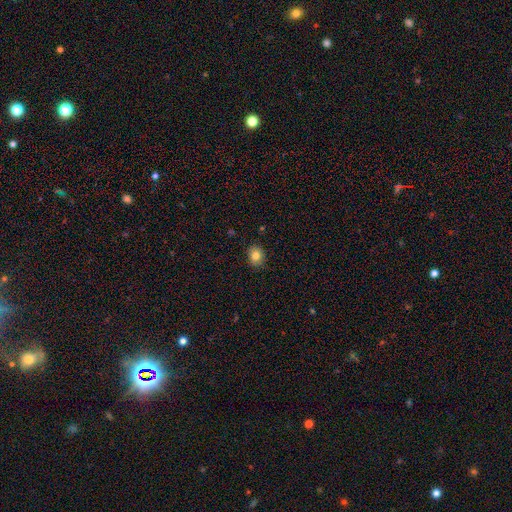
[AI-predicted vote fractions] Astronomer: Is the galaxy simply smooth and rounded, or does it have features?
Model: smooth — 82%.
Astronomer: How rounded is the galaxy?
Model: round — 64%.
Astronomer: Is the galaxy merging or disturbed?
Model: none — 88%.